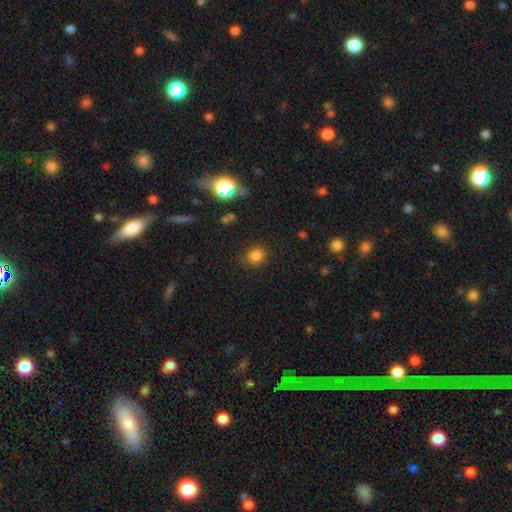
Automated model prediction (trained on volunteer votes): smooth 81%, star or artifact 14%, featured or disk 5%. Down the decision tree: how rounded — round (75%); merging — none (85%).